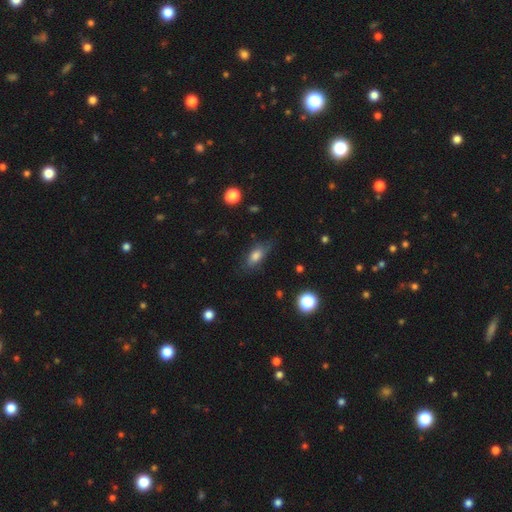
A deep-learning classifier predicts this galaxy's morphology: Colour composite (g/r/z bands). It shows a smooth galaxy with no disk features (72%) that is in between round and cigar-shaped (80%). Merging: none (67%).